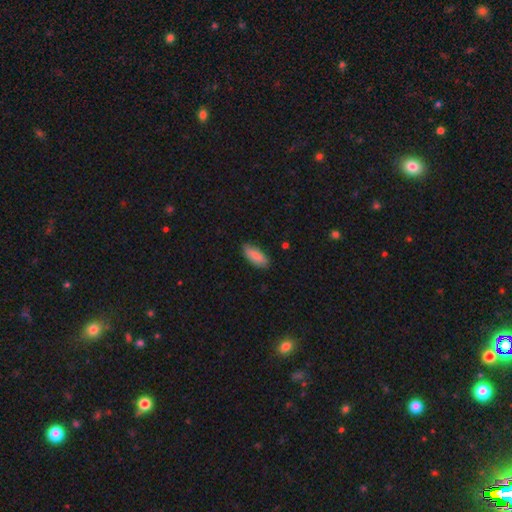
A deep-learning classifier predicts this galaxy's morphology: Q: Smooth or featured?
A: smooth (85%); runner-up: featured or disk (9%)
Q: How rounded?
A: in between (79%); runner-up: cigar-shaped (19%)
Q: Merging?
A: none (81%); runner-up: minor disturbance (15%)